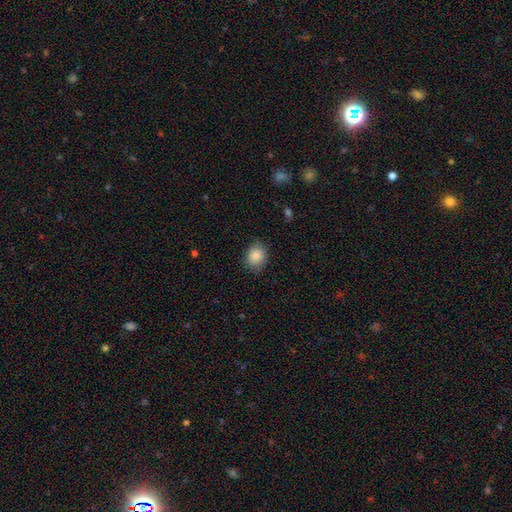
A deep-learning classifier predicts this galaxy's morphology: This appears to be a smooth galaxy with no disk features (88%) that is in between round and cigar-shaped (50%). Merging: none (82%).